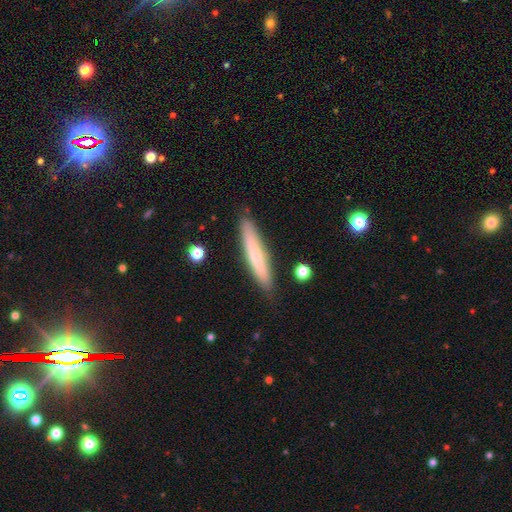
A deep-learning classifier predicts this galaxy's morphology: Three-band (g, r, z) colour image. It shows a smooth galaxy with no disk features (68%) that is cigar-shaped (91%). Merging: none (87%).